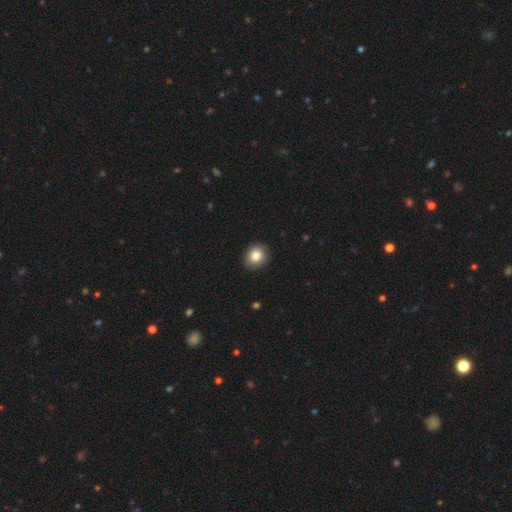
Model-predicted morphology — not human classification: Smooth or featured? smooth (84%)
How rounded? round (66%)
Merging? none (88%)